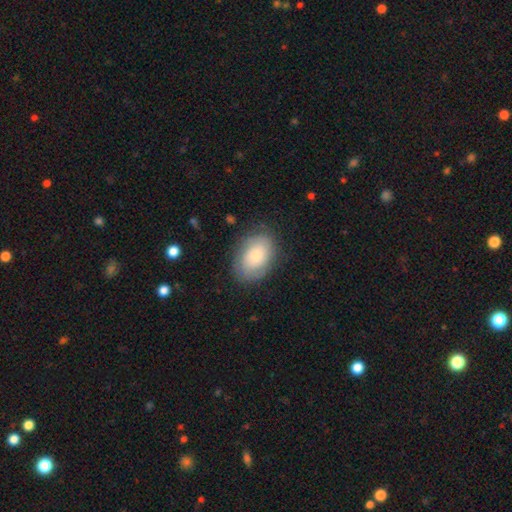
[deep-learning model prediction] Smooth or featured? smooth (66%)
How rounded? in between (84%)
Merging? none (77%)